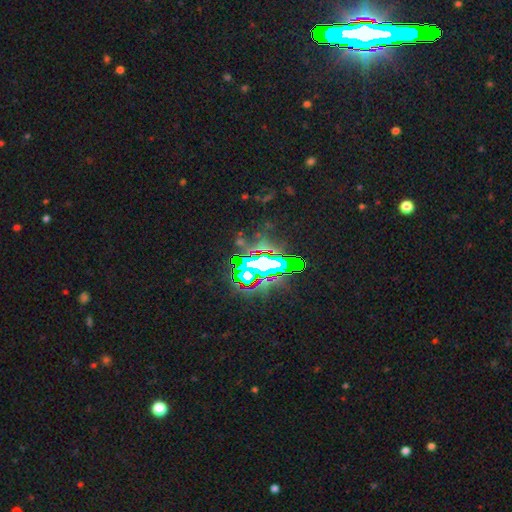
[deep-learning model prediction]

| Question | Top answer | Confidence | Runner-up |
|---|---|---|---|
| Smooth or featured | star or artifact | 81% | featured or disk (10%) |